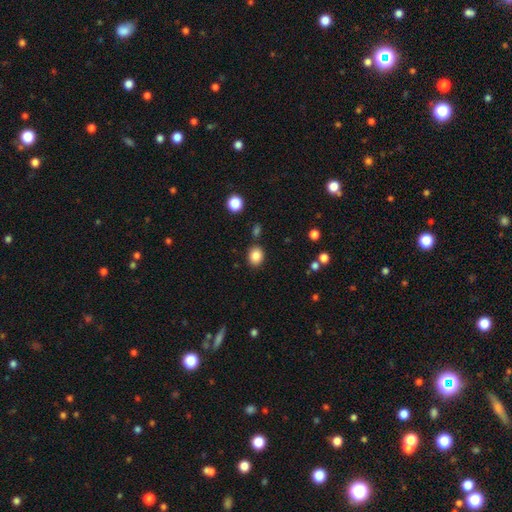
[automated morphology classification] type=smooth (85%); roundness=round (54%); merging=none (84%).